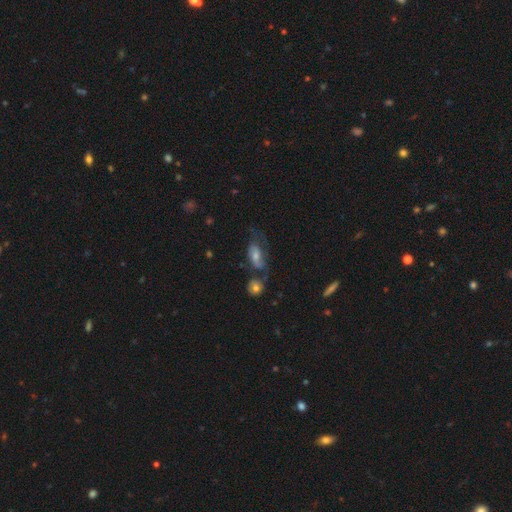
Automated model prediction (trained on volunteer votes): Q: Smooth or featured?
A: smooth (50%); runner-up: featured or disk (41%)
Q: Merging?
A: major disturbance (34%); runner-up: none (31%)